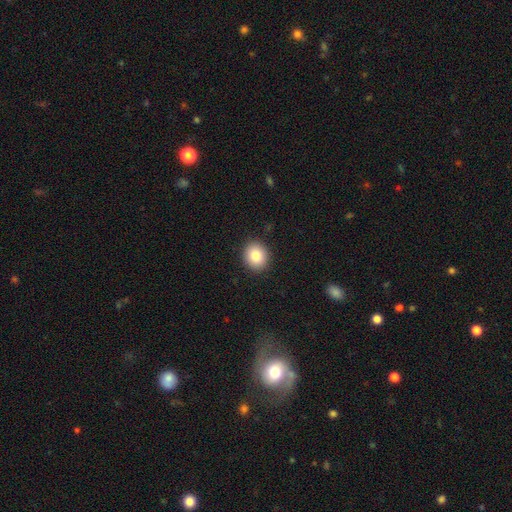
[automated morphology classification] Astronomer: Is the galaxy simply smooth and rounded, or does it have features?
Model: smooth — 83%.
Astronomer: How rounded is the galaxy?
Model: round — 74%.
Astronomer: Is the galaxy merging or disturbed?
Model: none — 91%.